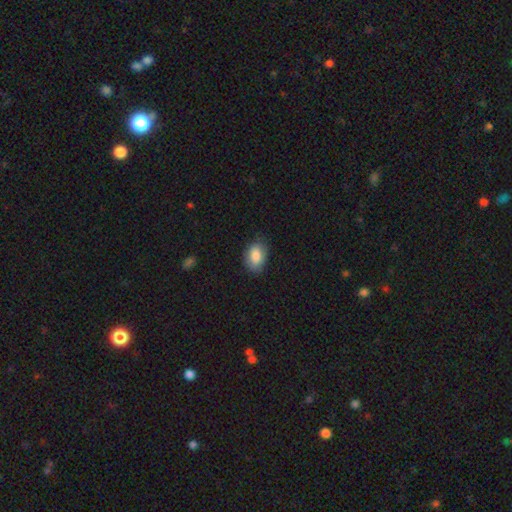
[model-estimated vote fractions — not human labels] Morphology: type=smooth (85%); roundness=in between (87%); merging=none (76%).